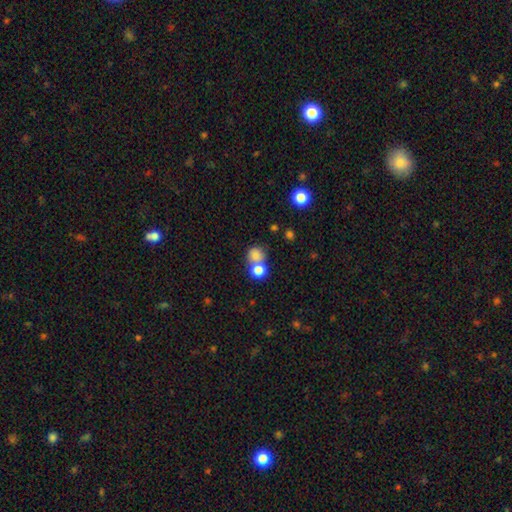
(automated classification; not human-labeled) The model was most divided on "merging": merger: 46%, none: 43%, minor disturbance: 8%, major disturbance: 4%. More confident: how rounded — round (81%); smooth or featured — smooth (78%).